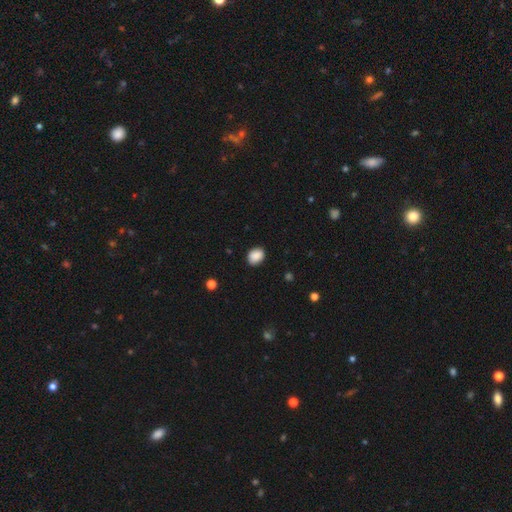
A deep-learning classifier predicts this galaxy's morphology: Smooth or featured: smooth — 89% (star or artifact — 8%)
How rounded: in between — 58% (round — 41%)
Merging: none — 87% (minor disturbance — 10%)